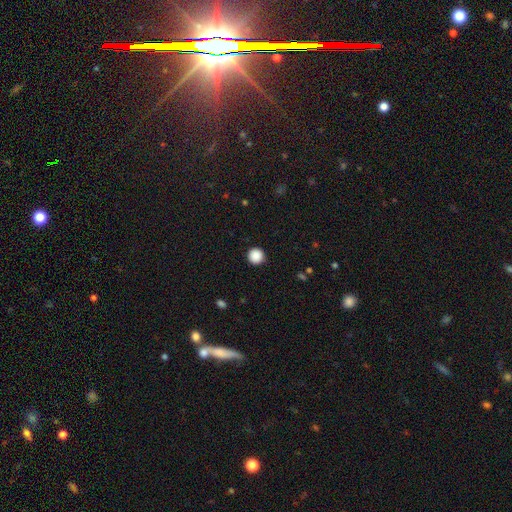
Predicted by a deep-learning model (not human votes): This appears to be a smooth galaxy with no disk features (88%) that is round (96%). Merging: none (93%).